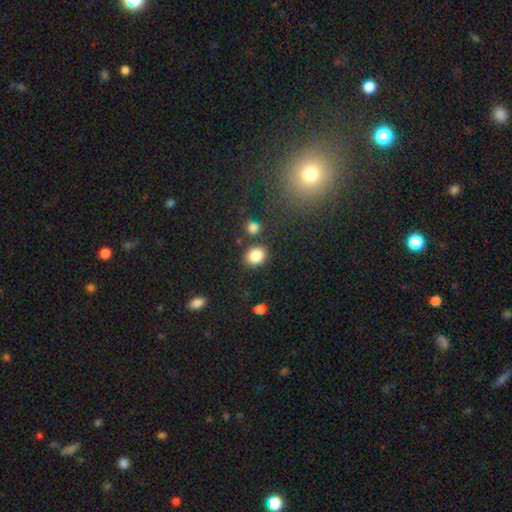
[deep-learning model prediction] This appears to be a smooth galaxy with no disk features (85%) that is round (62%). Merging: none (79%).